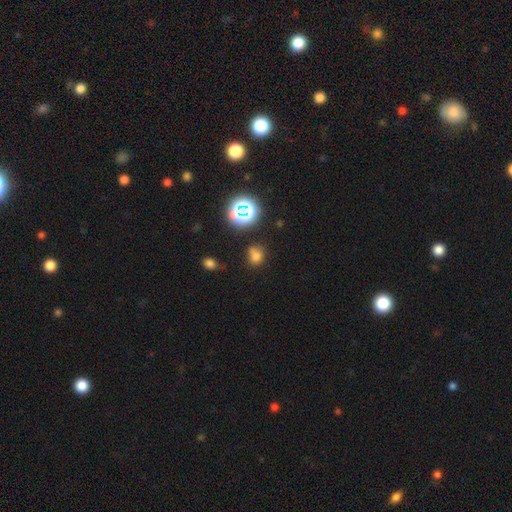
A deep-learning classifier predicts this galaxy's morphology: This is likely a smooth galaxy (66%). How rounded: likely round (64%). Merging: likely none (63%).